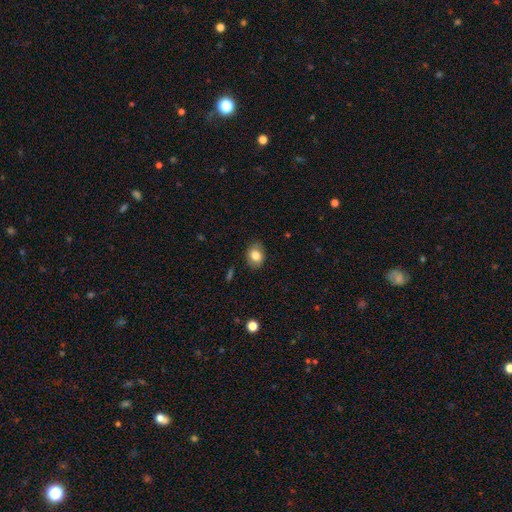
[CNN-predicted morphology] A smooth galaxy with no disk features (81%) that is in between round and cigar-shaped (59%).

Vote fractions:
- Smooth or featured? smooth: 81% / featured or disk: 11% / star or artifact: 9%
- How rounded? in between: 59% / round: 40% / cigar-shaped: 1%
- Merging? none: 83% / minor disturbance: 13% / major disturbance: 3% / merger: 1%